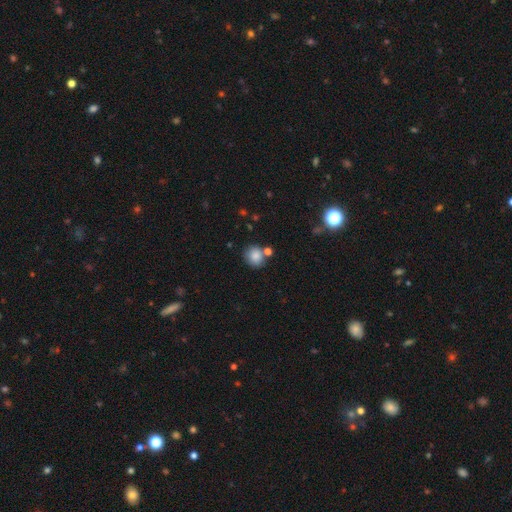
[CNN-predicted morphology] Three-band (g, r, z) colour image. It shows a smooth galaxy with no disk features (84%) that is round (81%). Merging: none (70%).